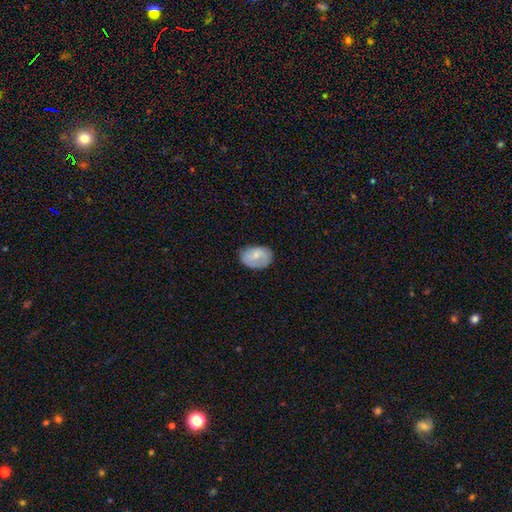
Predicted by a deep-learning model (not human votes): This is likely a smooth galaxy (73%). How rounded: clearly in between (82%). Merging: likely none (68%).